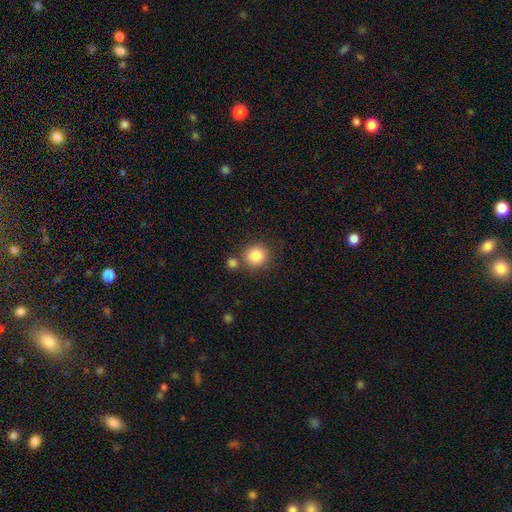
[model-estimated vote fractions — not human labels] A smooth galaxy with no disk features (84%) that is round (89%). Merging: none (72%).